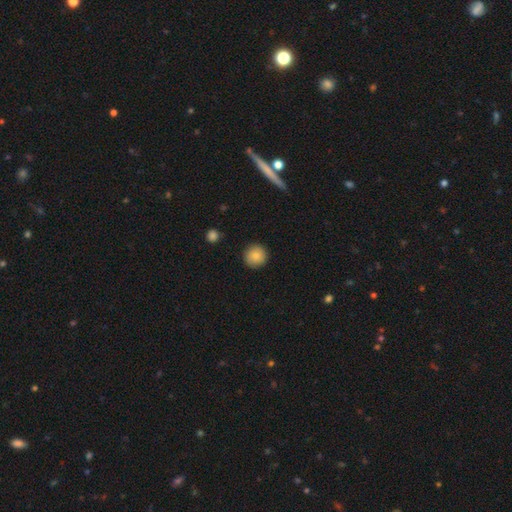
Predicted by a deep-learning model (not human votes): Smooth or featured?
  - smooth: 84% *
  - star or artifact: 8%
  - featured or disk: 7%
How rounded?
  - round: 94% *
  - in between: 5%
  - cigar-shaped: 1%
Merging?
  - none: 91% *
  - minor disturbance: 6%
  - major disturbance: 2%
  - merger: 1%